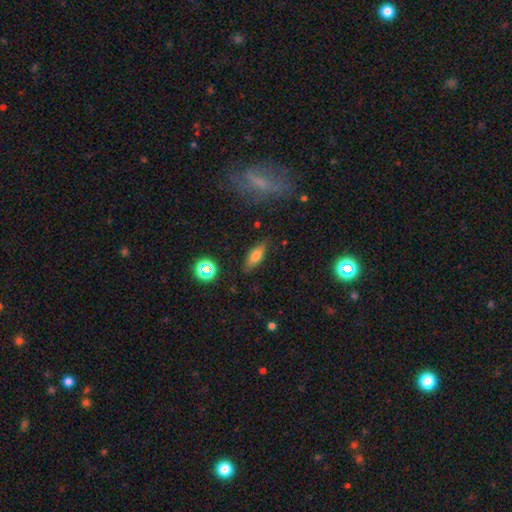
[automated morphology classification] Q: Smooth or featured?
A: smooth (70%); runner-up: featured or disk (19%)
Q: How rounded?
A: in between (70%); runner-up: cigar-shaped (26%)
Q: Merging?
A: none (79%); runner-up: minor disturbance (15%)